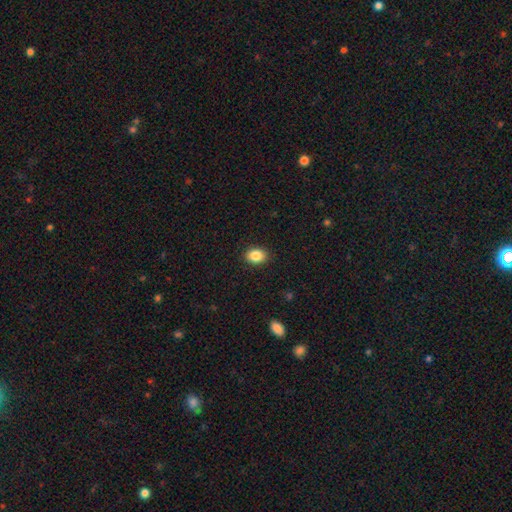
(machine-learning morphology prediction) Q: Smooth or featured?
A: smooth (86%); runner-up: star or artifact (9%)
Q: How rounded?
A: in between (63%); runner-up: round (36%)
Q: Merging?
A: none (90%); runner-up: minor disturbance (7%)